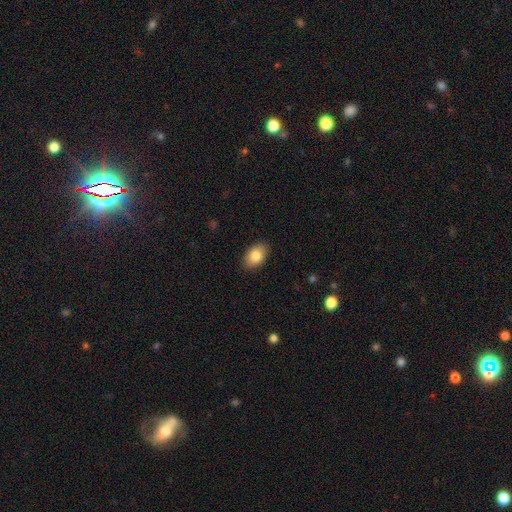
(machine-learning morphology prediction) Q: Smooth or featured?
A: smooth (84%); runner-up: featured or disk (9%)
Q: How rounded?
A: in between (88%); runner-up: round (11%)
Q: Merging?
A: none (88%); runner-up: minor disturbance (9%)